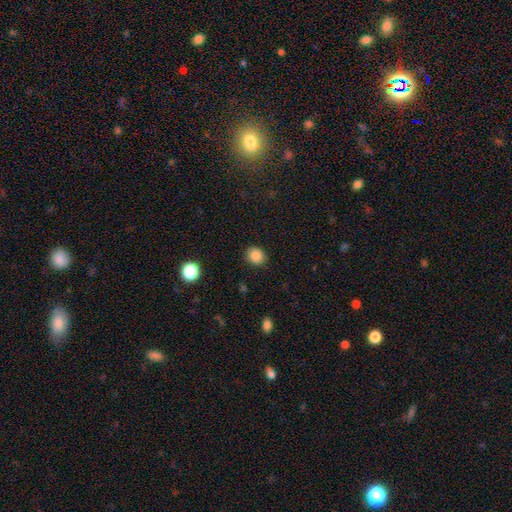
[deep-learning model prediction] This is clearly a smooth galaxy (86%). How rounded: likely round (65%). Merging: clearly none (88%).